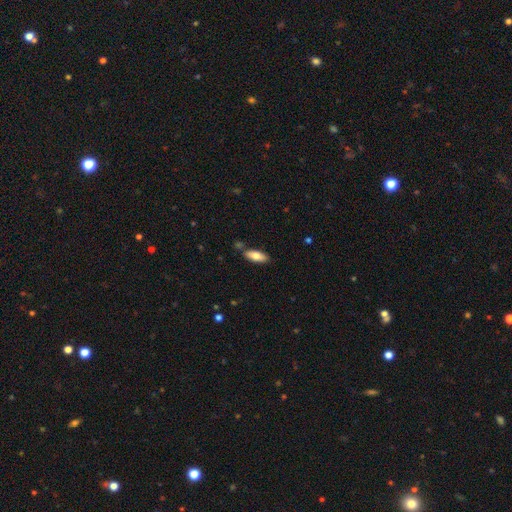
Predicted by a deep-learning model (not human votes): smooth 77%, featured or disk 16%, star or artifact 6%. Down the decision tree: how rounded — in between (75%); merging — none (78%).